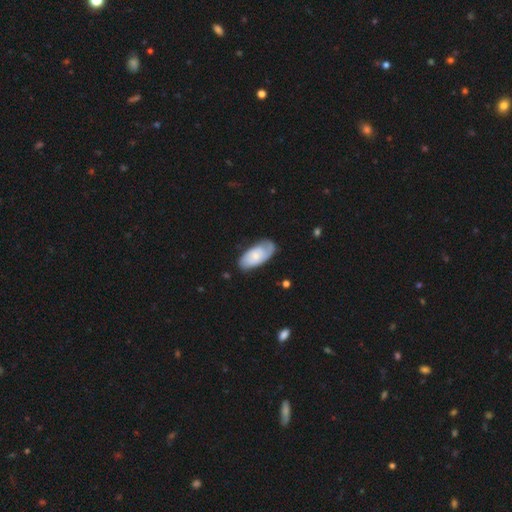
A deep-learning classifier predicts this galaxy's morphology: Smooth or featured? featured or disk (50%)
Edge-on disk? no (92%)
Merging? none (66%)